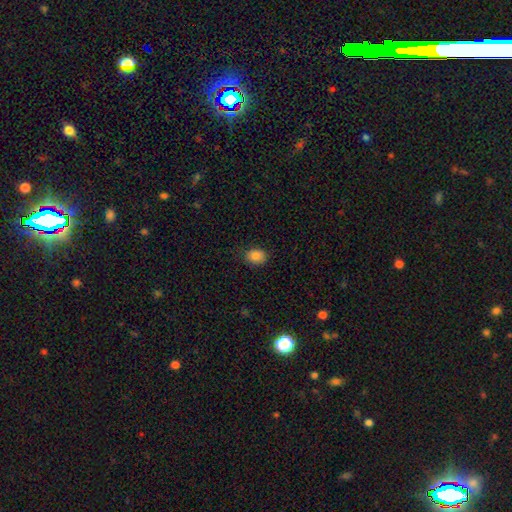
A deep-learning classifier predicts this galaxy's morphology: smooth_or_featured: smooth (p=0.85) [alt: star or artifact p=0.10]
how_rounded: in between (p=0.55) [alt: round p=0.44]
merging: none (p=0.83) [alt: minor disturbance p=0.13]